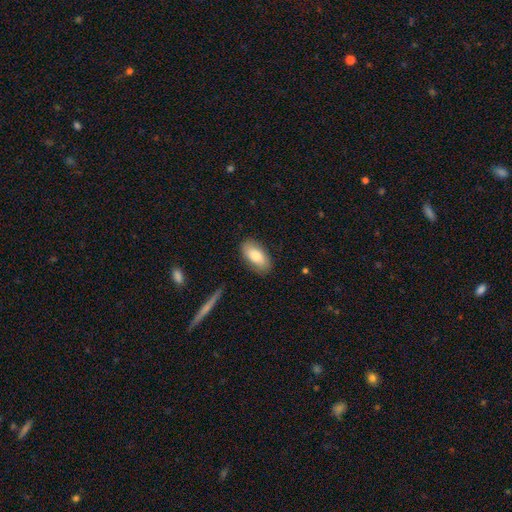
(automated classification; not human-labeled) Overall: smooth (80%). How rounded: in between (93%). Merging: none (82%).